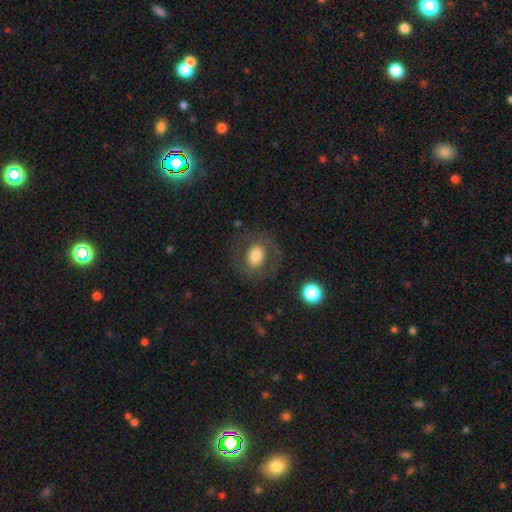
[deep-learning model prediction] Overall: smooth (63%; featured or disk 28%). How rounded: round (57%; in between 42%). Merging: none (75%).